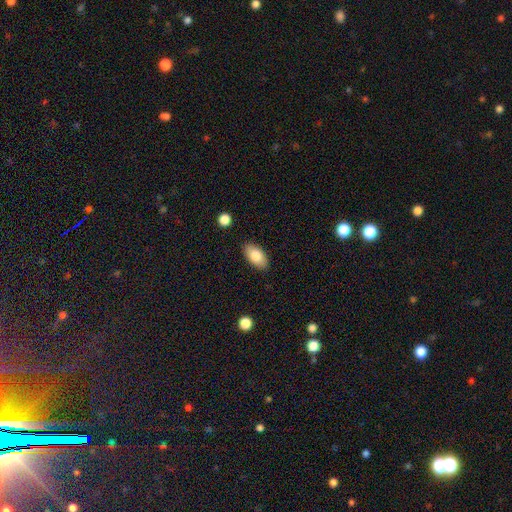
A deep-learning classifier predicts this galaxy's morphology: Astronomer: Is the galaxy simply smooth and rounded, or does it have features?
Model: smooth — 82%.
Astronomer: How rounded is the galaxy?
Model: in between — 93%.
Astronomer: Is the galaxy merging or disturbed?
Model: none — 87%.